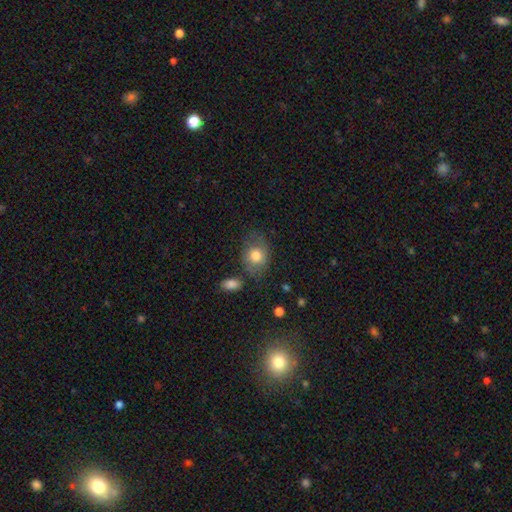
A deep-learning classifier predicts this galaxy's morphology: Smooth or featured? Predicted: smooth (p=0.75). How rounded? Predicted: in between (p=0.61). Merging? Predicted: none (p=0.62).